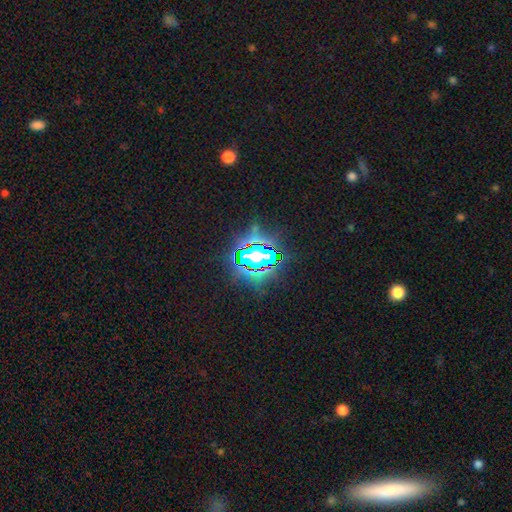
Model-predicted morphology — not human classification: smooth_or_featured: star or artifact (p=0.72) [alt: smooth p=0.15]